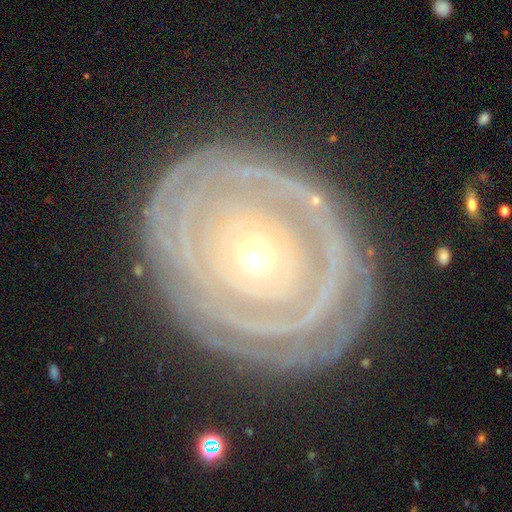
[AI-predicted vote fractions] Smooth or featured?
  - featured or disk: 81% *
  - smooth: 13%
  - star or artifact: 6%
Edge-on disk?
  - no: 95% *
  - yes: 5%
Bar?
  - no: 87% *
  - weak: 8%
  - strong: 5%
Spiral arms?
  - yes: 80% *
  - no: 20%
Spiral winding?
  - tight: 88% *
  - medium: 9%
  - loose: 3%
Spiral arm count?
  - can't tell: 39% *
  - 2: 20%
  - 3: 13%
  - more than 4: 11%
  - 4: 9%
  - 1: 8%
Bulge size?
  - small: 63% *
  - moderate: 33%
  - large: 2%
  - dominant: 1%
  - none: 1%
Merging?
  - none: 80% *
  - minor disturbance: 13%
  - major disturbance: 6%
  - merger: 2%